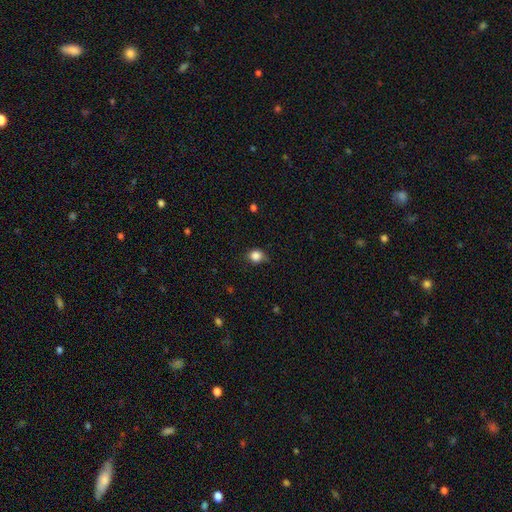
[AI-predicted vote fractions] A smooth galaxy with no disk features (85%) that is round (79%). Merging: none (66%).